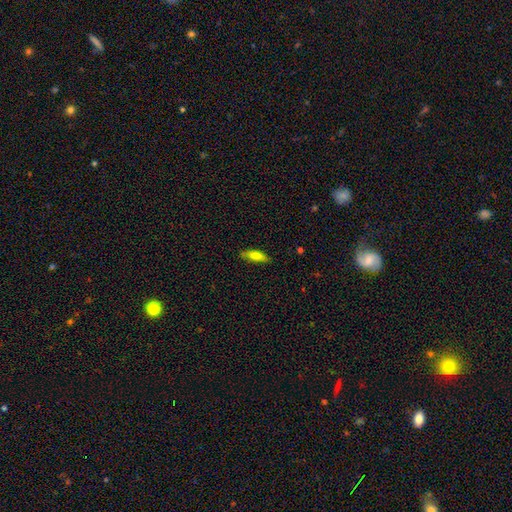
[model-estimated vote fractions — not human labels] Smooth or featured? smooth (78%)
How rounded? cigar-shaped (50%)
Merging? none (80%)